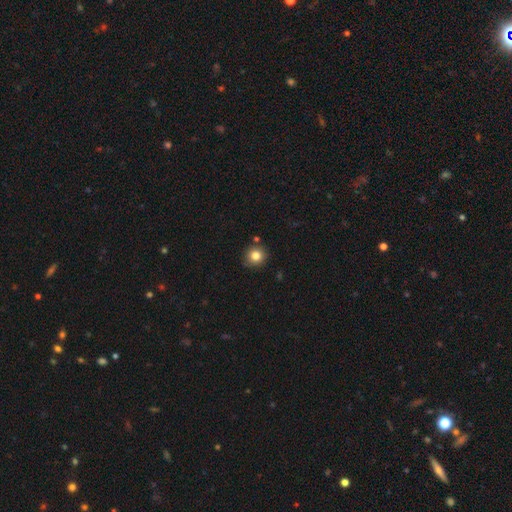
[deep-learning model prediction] The model was most divided on "smooth or featured": smooth: 82%, star or artifact: 11%, featured or disk: 7%. More confident: how rounded — round (91%); merging — none (85%).